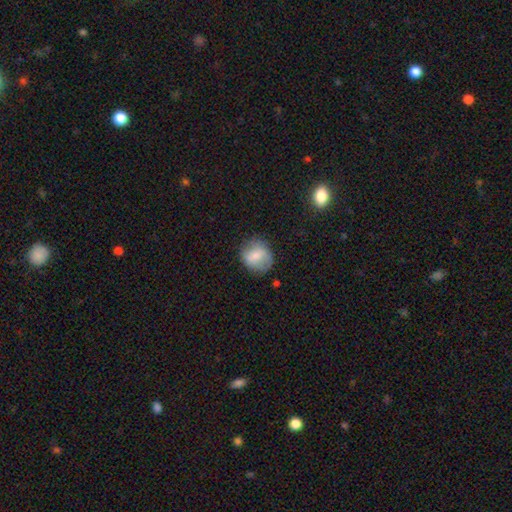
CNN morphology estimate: smooth 65%, featured or disk 27%, star or artifact 8%. Down the decision tree: how rounded — round (79%); merging — none (76%).